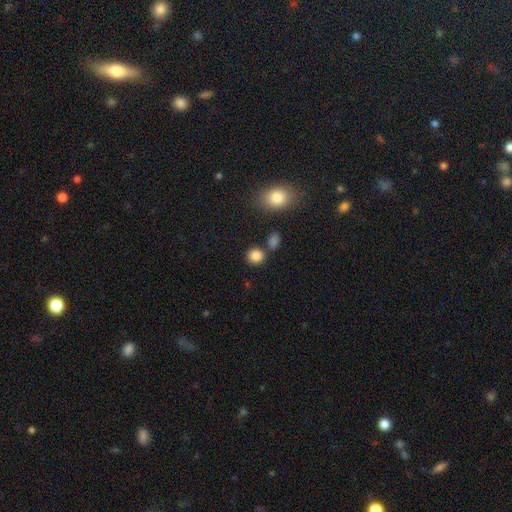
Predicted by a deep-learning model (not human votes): A smooth galaxy with no disk features (84%) that is round (85%). Merging: none (77%).